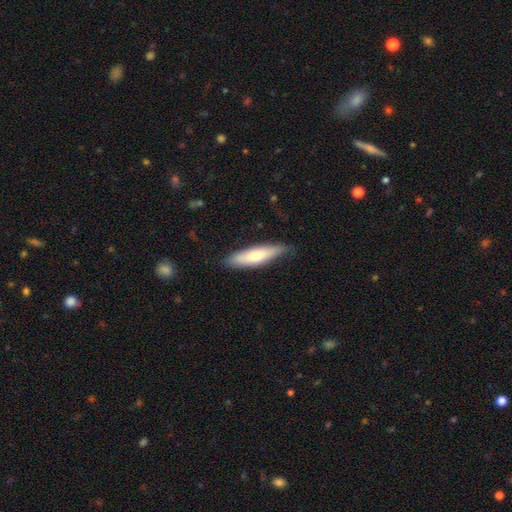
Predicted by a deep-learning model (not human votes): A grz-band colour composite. It shows a smooth galaxy with no disk features (62%) that is cigar-shaped (66%). Merging: none (80%).